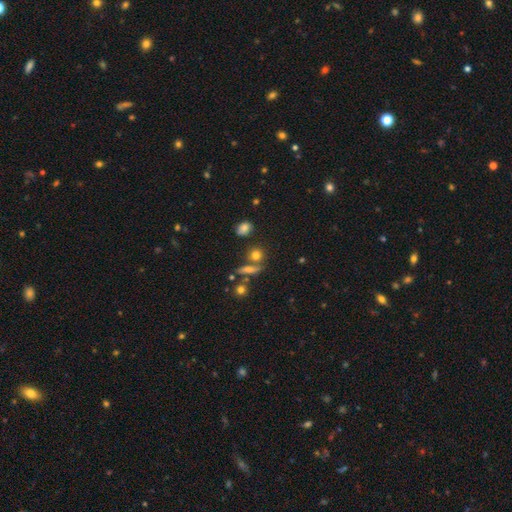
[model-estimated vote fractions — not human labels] Smooth or featured? smooth (70%)
How rounded? round (67%)
Merging? none (65%)